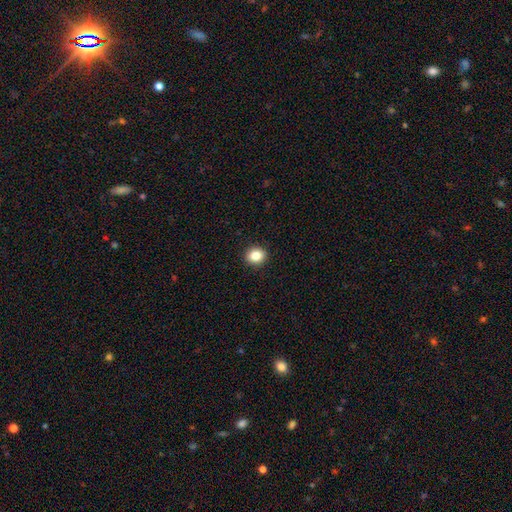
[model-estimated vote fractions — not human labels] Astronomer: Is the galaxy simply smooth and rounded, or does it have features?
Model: smooth — 85%.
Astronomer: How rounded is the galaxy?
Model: round — 71%.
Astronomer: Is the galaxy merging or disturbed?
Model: none — 92%.